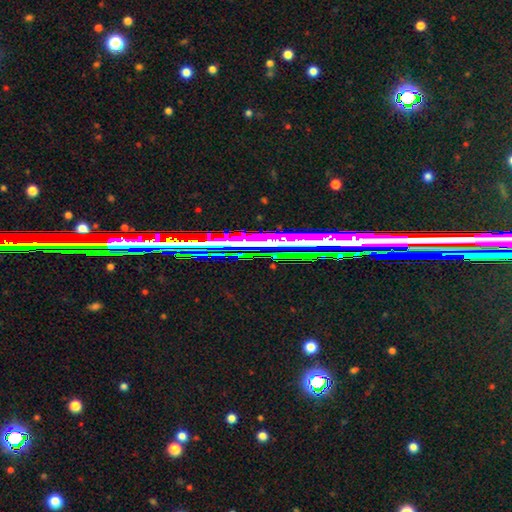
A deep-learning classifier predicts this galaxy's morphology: smooth-or-featured: star or artifact: 60% | featured or disk: 26% | smooth: 14%